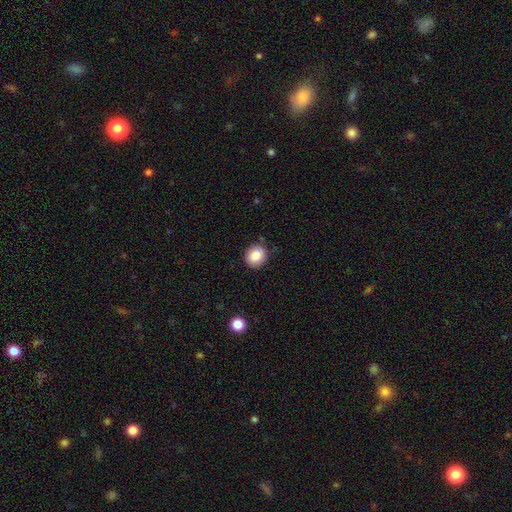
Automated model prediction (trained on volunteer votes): smooth 84%, star or artifact 9%, featured or disk 7%. Down the decision tree: how rounded — round (80%); merging — none (82%).